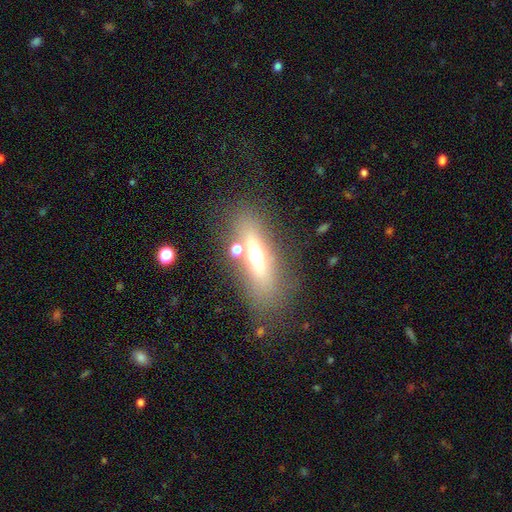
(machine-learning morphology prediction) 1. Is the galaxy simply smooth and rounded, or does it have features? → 47% smooth, 38% featured or disk, 15% star or artifact.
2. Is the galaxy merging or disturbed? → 71% none, 12% minor disturbance, 10% merger, 7% major disturbance.